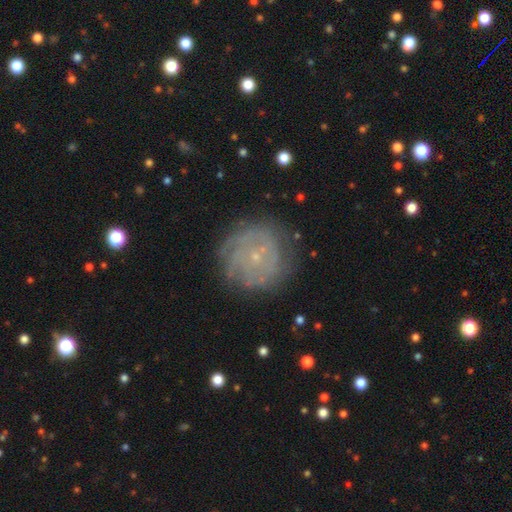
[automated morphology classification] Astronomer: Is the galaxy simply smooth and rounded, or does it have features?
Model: featured or disk — 64%.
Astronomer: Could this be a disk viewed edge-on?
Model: no — 97%.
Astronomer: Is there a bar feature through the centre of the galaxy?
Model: no — 82%.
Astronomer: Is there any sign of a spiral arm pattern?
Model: yes — 80%.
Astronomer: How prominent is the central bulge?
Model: small — 86%.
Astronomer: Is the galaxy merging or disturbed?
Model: none — 79%.